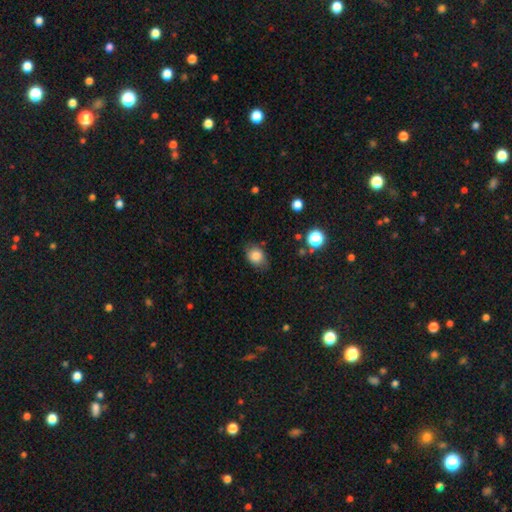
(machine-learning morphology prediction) Overall: smooth (83%). How rounded: in between (51%; round 48%). Merging: none (72%).